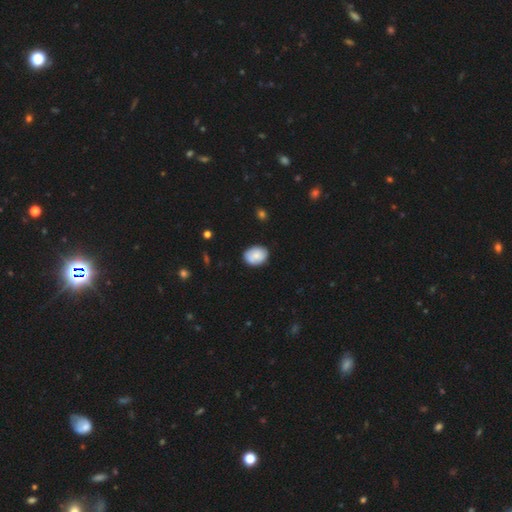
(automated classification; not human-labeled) Morphology: type=smooth (81%); roundness=in between (64%); merging=none (81%).